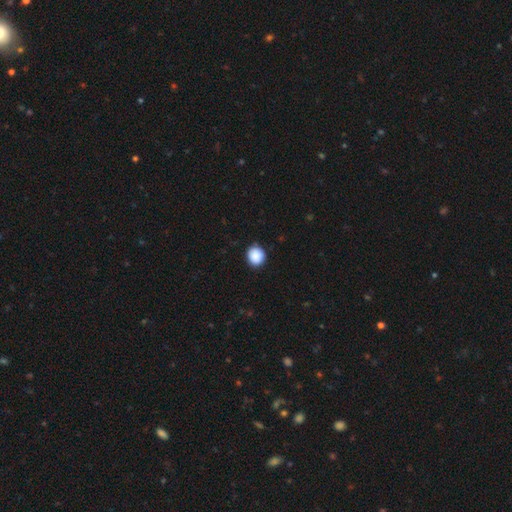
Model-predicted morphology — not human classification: This appears to be a smooth galaxy with no disk features (89%) that is round (88%). Merging: none (88%).